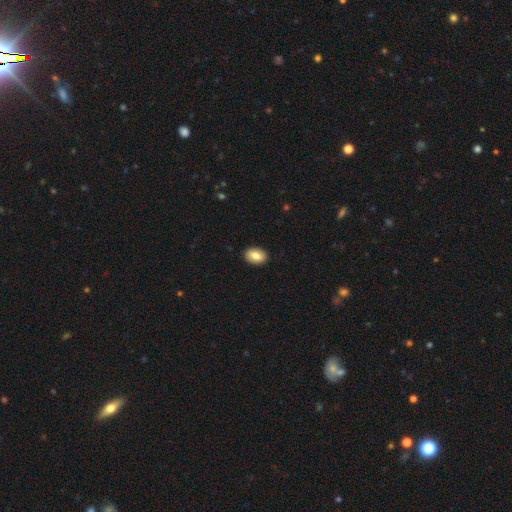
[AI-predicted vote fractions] A smooth galaxy with no disk features (81%) that is in between round and cigar-shaped (84%).

Vote fractions:
- Smooth or featured? smooth: 81% / featured or disk: 12% / star or artifact: 7%
- How rounded? in between: 84% / round: 14% / cigar-shaped: 1%
- Merging? none: 90% / minor disturbance: 7% / major disturbance: 2% / merger: 1%